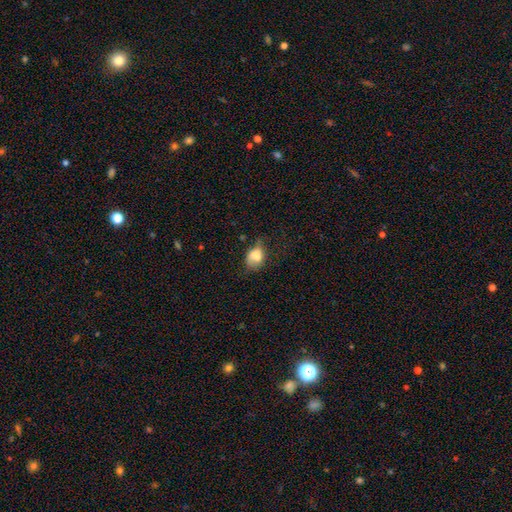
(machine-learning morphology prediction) This appears to be a smooth galaxy with no disk features (76%) that is in between round and cigar-shaped (68%). Merging: none (38%).